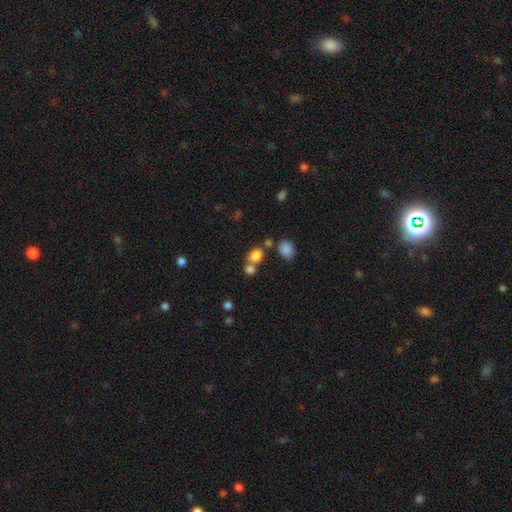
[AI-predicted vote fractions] Smooth or featured: smooth — 80% (star or artifact — 13%)
How rounded: round — 53% (in between — 45%)
Merging: none — 49% (merger — 37%)